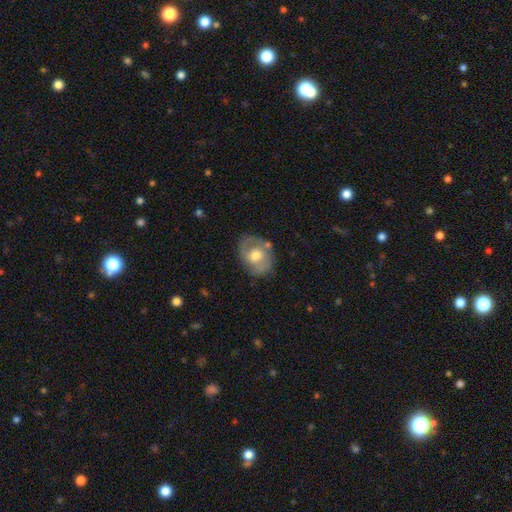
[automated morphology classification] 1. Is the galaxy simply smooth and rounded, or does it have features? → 47% smooth (tied), 47% featured or disk (tied), 6% star or artifact.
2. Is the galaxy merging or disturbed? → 67% none, 21% minor disturbance, 7% major disturbance, 5% merger.